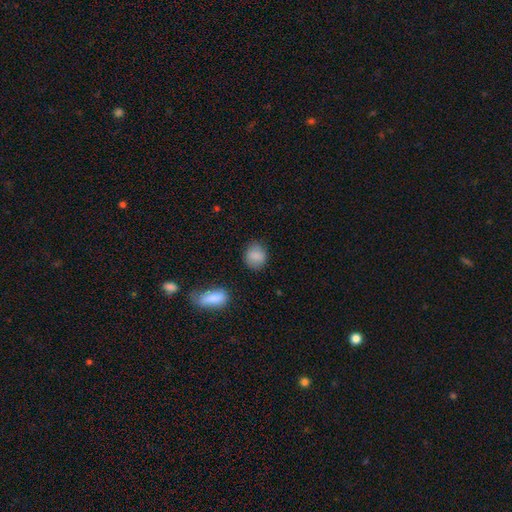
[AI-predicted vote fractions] Smooth or featured?
  - smooth: 87% *
  - star or artifact: 8%
  - featured or disk: 5%
How rounded?
  - round: 63% *
  - in between: 36%
  - cigar-shaped: 2%
Merging?
  - none: 79% *
  - minor disturbance: 14%
  - major disturbance: 4%
  - merger: 3%